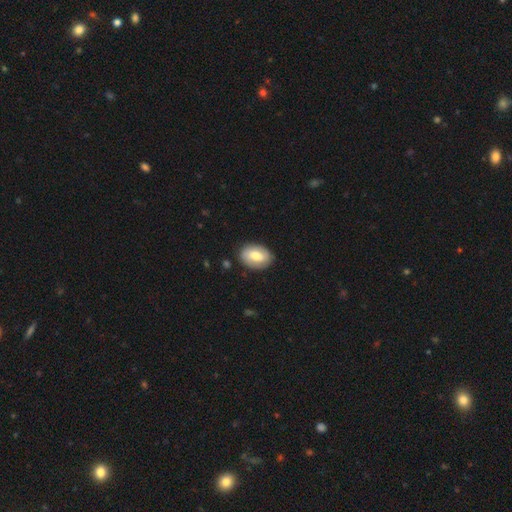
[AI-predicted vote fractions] smooth 63%, featured or disk 31%, star or artifact 6%. Down the decision tree: how rounded — in between (82%); merging — none (83%).